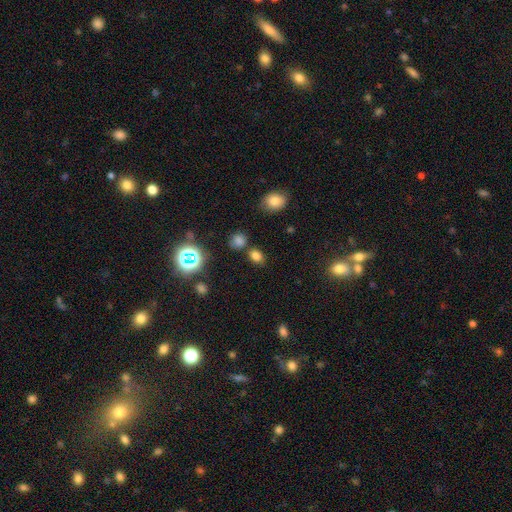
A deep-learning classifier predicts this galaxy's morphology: A smooth galaxy with no disk features (73%) that is in between round and cigar-shaped (59%).

Vote fractions:
- Smooth or featured? smooth: 73% / star or artifact: 21% / featured or disk: 5%
- How rounded? in between: 59% / round: 39% / cigar-shaped: 2%
- Merging? none: 75% / merger: 11% / minor disturbance: 11% / major disturbance: 4%